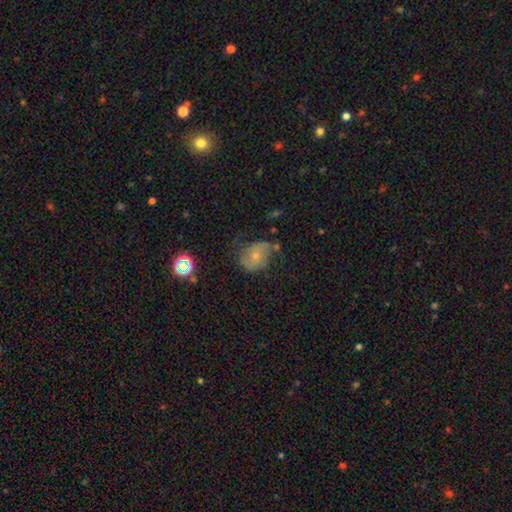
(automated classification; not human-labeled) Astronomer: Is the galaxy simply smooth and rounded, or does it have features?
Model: featured or disk — 54% (runner-up: smooth, 34%).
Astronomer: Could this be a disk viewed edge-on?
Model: no — 97%.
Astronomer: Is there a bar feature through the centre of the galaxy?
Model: no — 72%.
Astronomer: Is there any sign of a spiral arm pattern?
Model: yes — 80%.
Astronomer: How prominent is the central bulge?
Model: small — 61%.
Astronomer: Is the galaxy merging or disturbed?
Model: none — 47% (runner-up: minor disturbance, 29%).